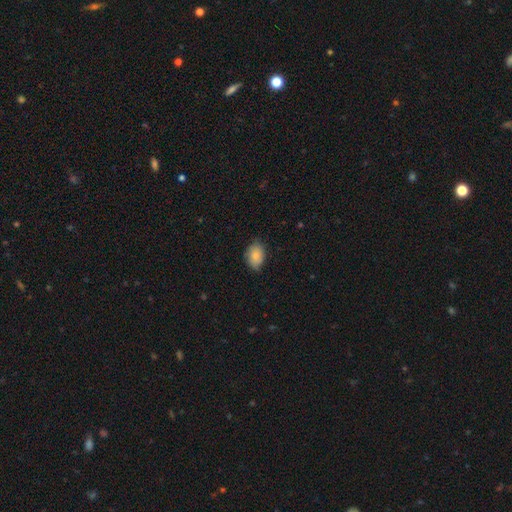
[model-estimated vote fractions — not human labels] Smooth or featured?
  - smooth: 83% *
  - featured or disk: 10%
  - star or artifact: 7%
How rounded?
  - in between: 82% *
  - round: 17%
  - cigar-shaped: 1%
Merging?
  - none: 73% *
  - minor disturbance: 22%
  - major disturbance: 3%
  - merger: 1%